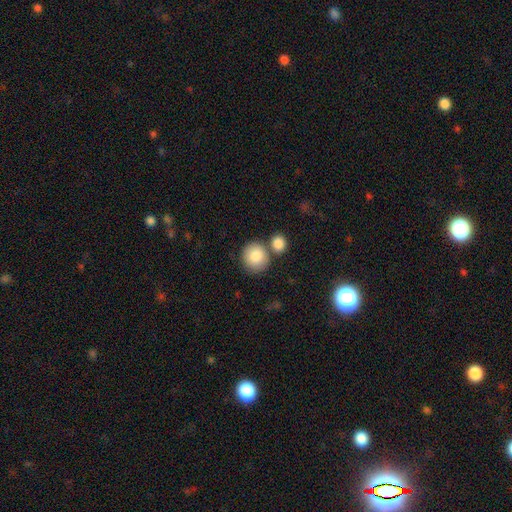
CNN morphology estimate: smooth 87%, star or artifact 7%, featured or disk 6%. Down the decision tree: how rounded — round (87%); merging — none (65%).